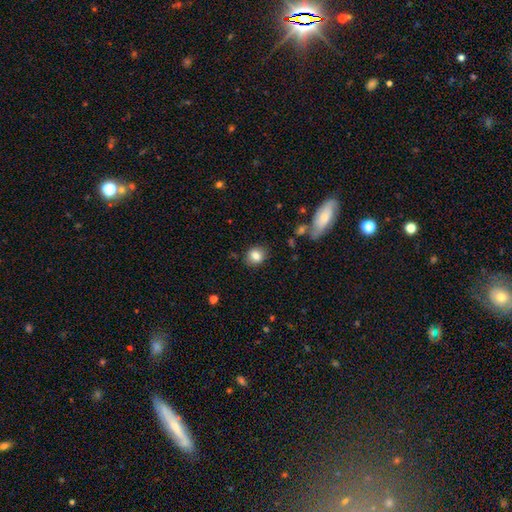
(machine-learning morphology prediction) A smooth galaxy with no disk features (84%) that is round (62%). Merging: none (84%).